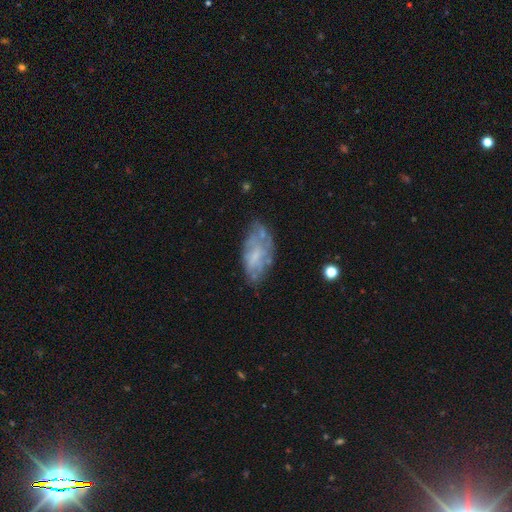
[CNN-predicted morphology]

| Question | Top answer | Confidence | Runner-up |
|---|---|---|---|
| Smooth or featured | featured or disk | 55% | smooth (36%) |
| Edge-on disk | no | 93% | yes (7%) |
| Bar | no | 76% | weak (20%) |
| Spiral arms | no | 65% | yes (35%) |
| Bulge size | none | 43% | small (32%) |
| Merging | none | 55% | minor disturbance (27%) |